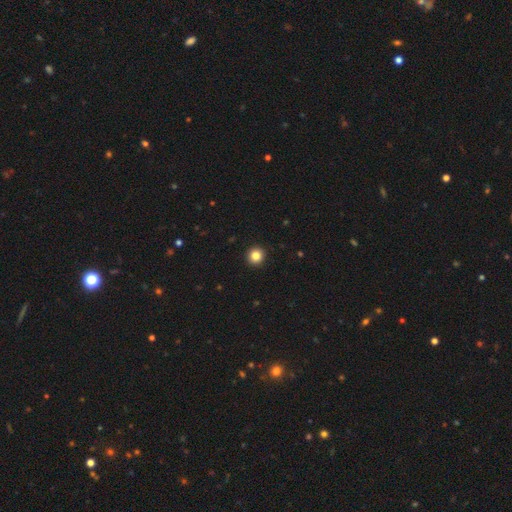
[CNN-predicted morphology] Smooth or featured? Predicted: smooth (p=0.85). How rounded? Predicted: round (p=0.95). Merging? Predicted: none (p=0.94).